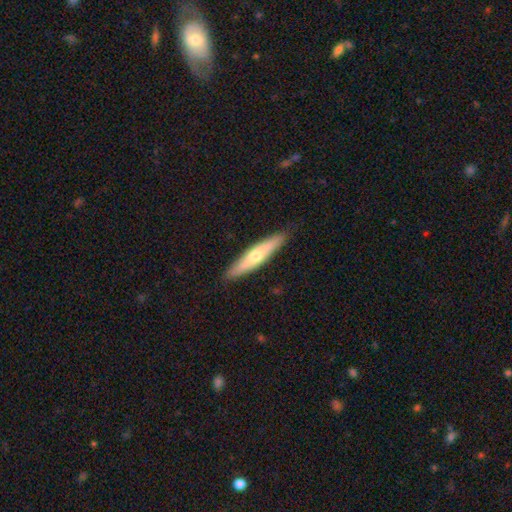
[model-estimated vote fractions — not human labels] Morphology: type=smooth (51%); roundness=cigar-shaped (85%); merging=none (89%).